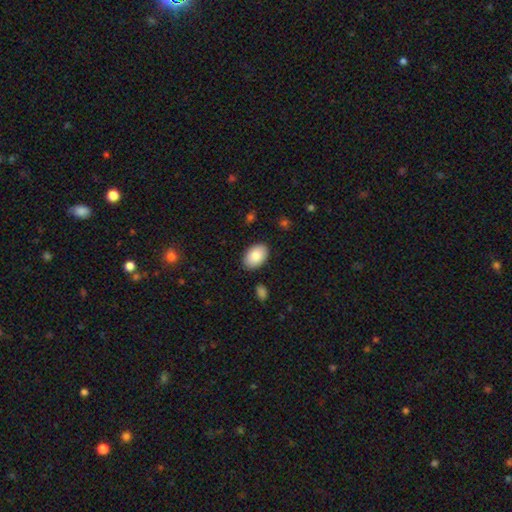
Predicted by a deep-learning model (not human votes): smooth-or-featured: smooth: 85% | featured or disk: 9% | star or artifact: 6%
  how-rounded: in between: 90% | round: 9% | cigar-shaped: 1%
  merging: none: 88% | minor disturbance: 9% | major disturbance: 2% | merger: 1%